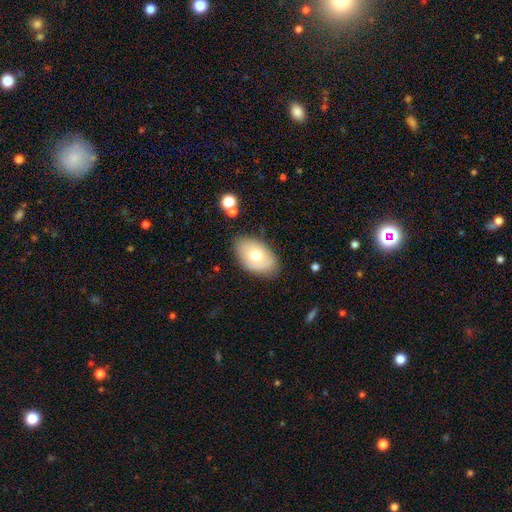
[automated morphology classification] smooth_or_featured: smooth (p=0.67) [alt: featured or disk p=0.26]
how_rounded: in between (p=0.90) [alt: round p=0.09]
merging: none (p=0.78) [alt: minor disturbance p=0.16]